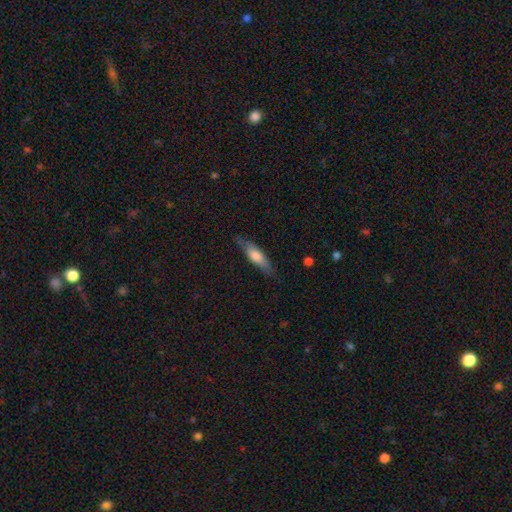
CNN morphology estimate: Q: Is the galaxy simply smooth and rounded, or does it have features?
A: smooth — 60%.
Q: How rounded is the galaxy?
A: cigar-shaped — 67%.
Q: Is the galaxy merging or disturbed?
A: none — 78%.